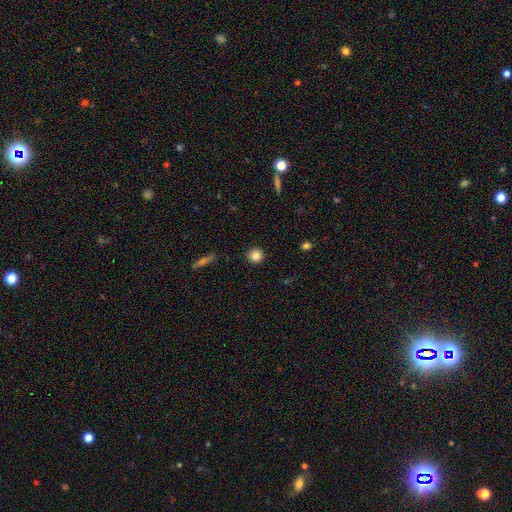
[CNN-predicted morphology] smooth_or_featured: smooth (p=0.85) [alt: star or artifact p=0.10]
how_rounded: round (p=0.94) [alt: in between p=0.05]
merging: none (p=0.92) [alt: minor disturbance p=0.05]